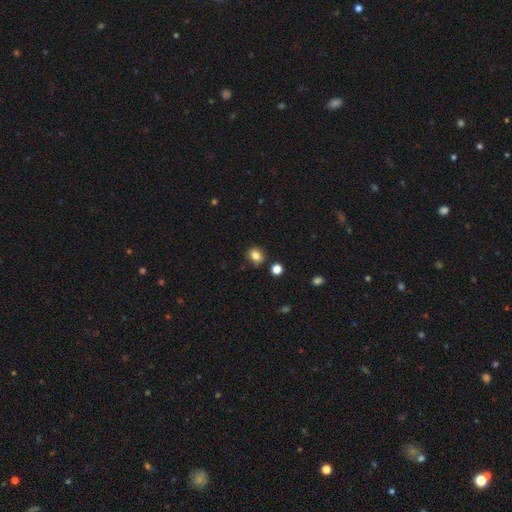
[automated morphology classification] Smooth or featured: smooth — 81% (star or artifact — 12%)
How rounded: round — 66% (in between — 33%)
Merging: none — 78% (minor disturbance — 14%)